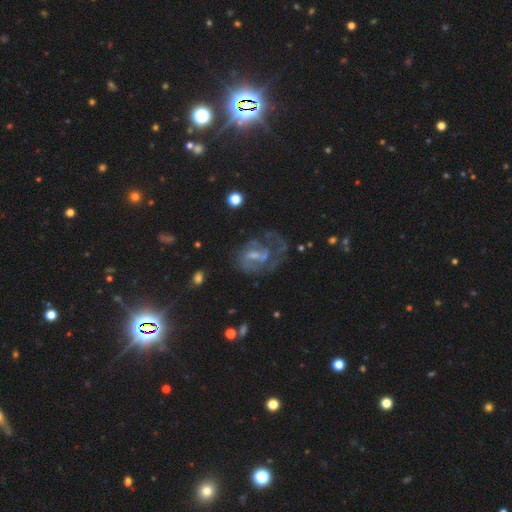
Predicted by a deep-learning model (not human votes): smooth-or-featured: featured or disk: 72% | smooth: 16% | star or artifact: 12%
  disk-edge-on: no: 97% | yes: 3%
    bar: weak: 47% | no: 40% | strong: 13%
    has-spiral-arms: yes: 74% | no: 26%
      spiral-winding: medium: 42% | tight: 29% | loose: 28%
      spiral-arm-count: 2: 32% | 1: 30% | can't tell: 27% | 3: 6% | 4: 2% | more than 4: 2%
    bulge-size: small: 43% | moderate: 30% | none: 22% | large: 4% | dominant: 1%
  merging: major disturbance: 38% (tied) | none: 38% (tied) | minor disturbance: 19% | merger: 5%